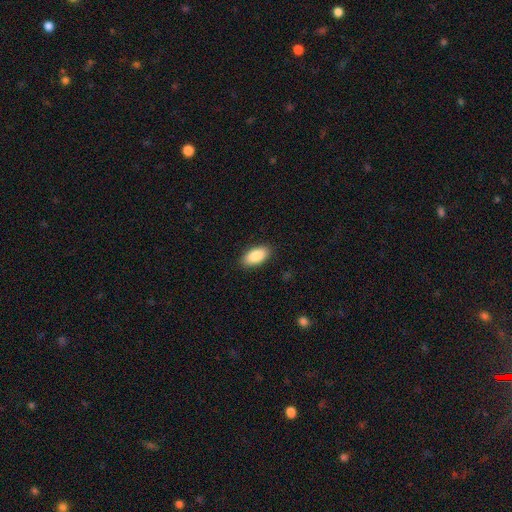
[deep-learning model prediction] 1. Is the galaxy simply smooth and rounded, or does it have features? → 89% smooth, 6% star or artifact, 5% featured or disk.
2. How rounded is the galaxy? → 94% in between, 3% cigar-shaped, 3% round.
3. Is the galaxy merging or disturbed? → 89% none, 8% minor disturbance, 2% major disturbance, 1% merger.